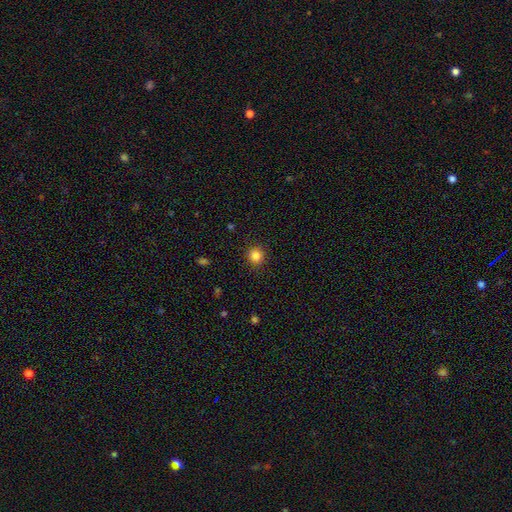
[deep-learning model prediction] A smooth galaxy with no disk features (84%) that is round (92%).

Vote fractions:
- Smooth or featured? smooth: 84% / star or artifact: 12% / featured or disk: 4%
- How rounded? round: 92% / in between: 7% / cigar-shaped: 1%
- Merging? none: 90% / minor disturbance: 6% / major disturbance: 2% / merger: 1%